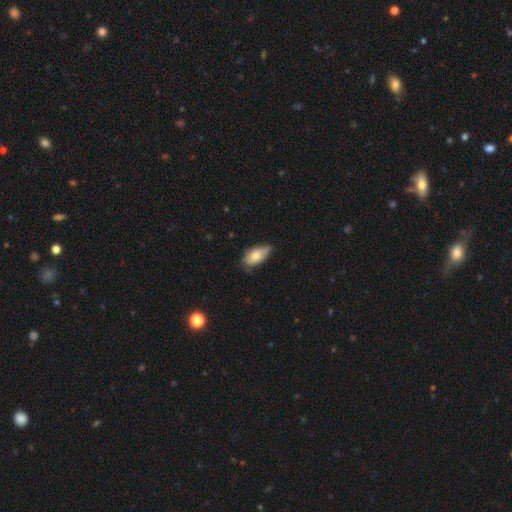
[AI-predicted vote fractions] This appears to be a smooth galaxy with no disk features (75%) that is in between round and cigar-shaped (90%). Merging: none (54%).